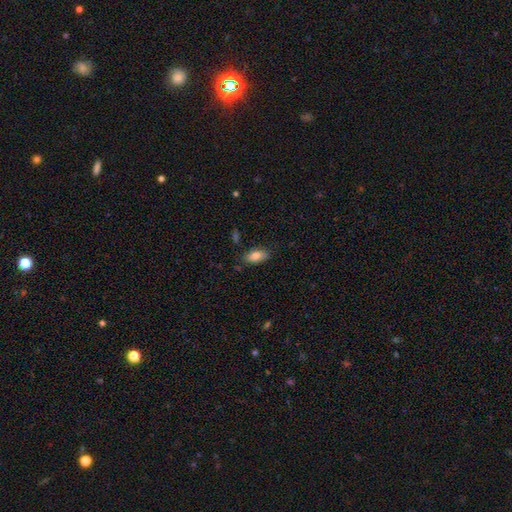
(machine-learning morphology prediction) A smooth galaxy with no disk features (81%) that is in between round and cigar-shaped (91%). Merging: none (80%).